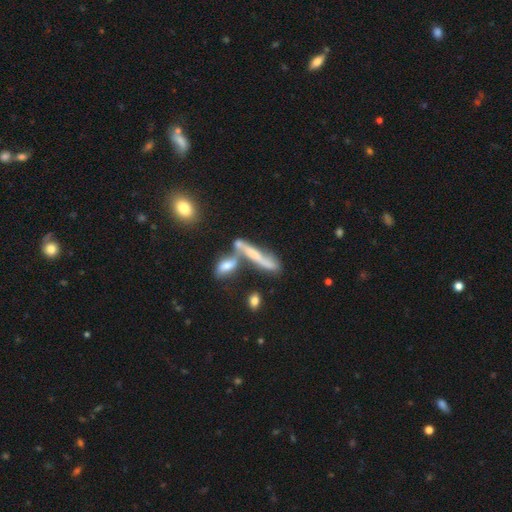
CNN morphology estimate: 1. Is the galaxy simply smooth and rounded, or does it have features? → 45% featured or disk, 44% smooth, 11% star or artifact.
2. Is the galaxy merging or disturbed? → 38% merger, 37% none, 15% minor disturbance, 10% major disturbance.